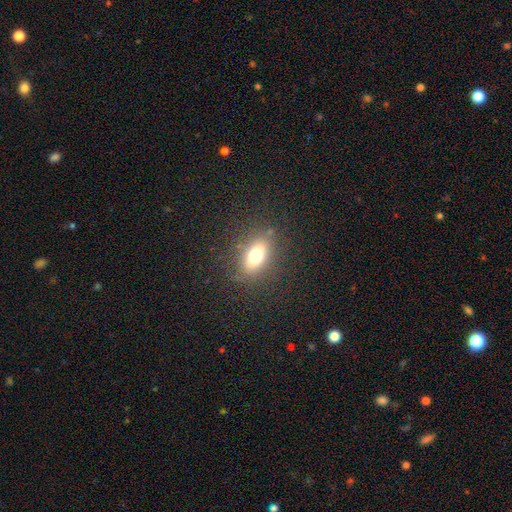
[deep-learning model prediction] A smooth galaxy with no disk features (70%) that is in between round and cigar-shaped (78%). Merging: none (82%).